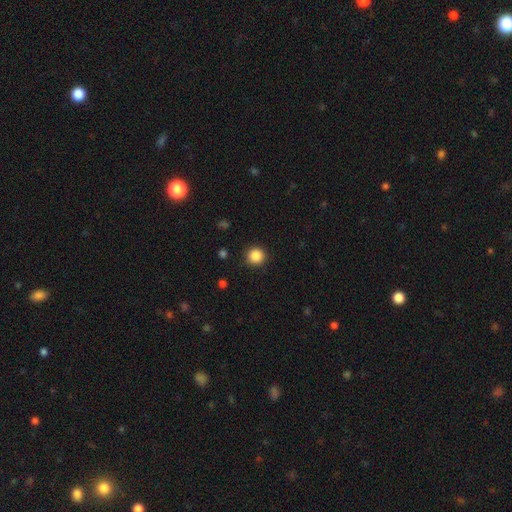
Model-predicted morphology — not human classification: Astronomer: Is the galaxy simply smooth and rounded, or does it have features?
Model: smooth — 87%.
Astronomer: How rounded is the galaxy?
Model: round — 93%.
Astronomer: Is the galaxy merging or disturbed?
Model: none — 91%.